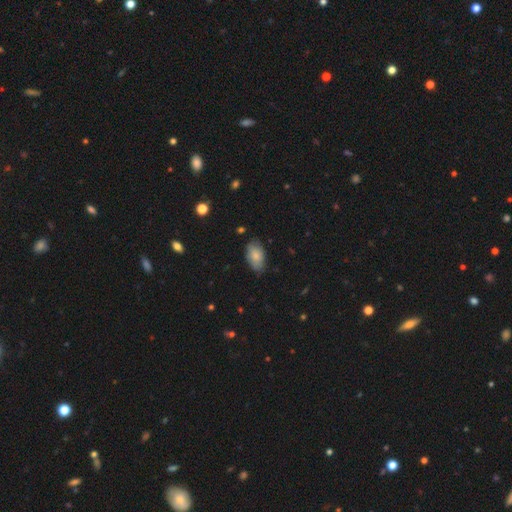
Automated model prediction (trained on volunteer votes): The model was most divided on "merging": none: 73%, minor disturbance: 22%, major disturbance: 4%, merger: 1%. More confident: how rounded — in between (93%); smooth or featured — smooth (80%).